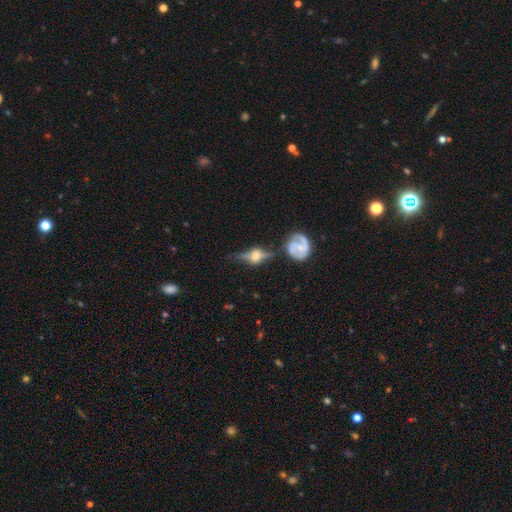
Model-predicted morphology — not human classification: Smooth or featured?
  - featured or disk: 75% *
  - smooth: 17%
  - star or artifact: 8%
Edge-on disk?
  - yes: 81% *
  - no: 19%
Edge-on bulge?
  - rounded: 93% *
  - boxy: 5%
  - none: 2%
Merging?
  - none: 59% *
  - minor disturbance: 19%
  - major disturbance: 12%
  - merger: 11%